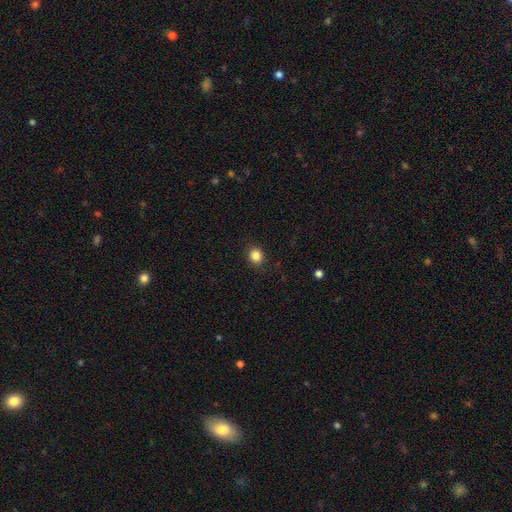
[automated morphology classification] Overall: smooth (85%). How rounded: round (76%). Merging: none (89%).